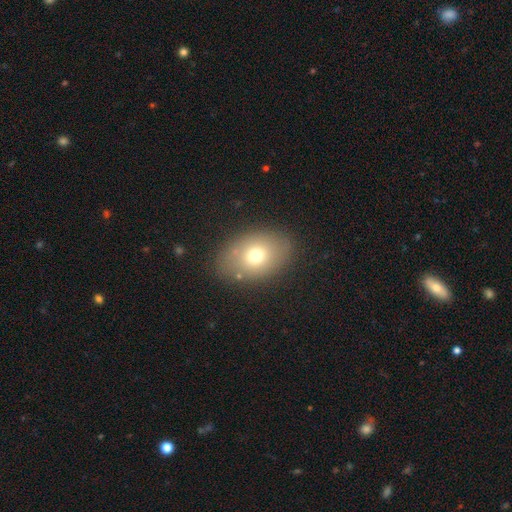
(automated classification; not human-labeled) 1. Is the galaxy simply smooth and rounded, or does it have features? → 72% smooth, 17% featured or disk, 12% star or artifact.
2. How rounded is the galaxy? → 75% in between, 24% round, 1% cigar-shaped.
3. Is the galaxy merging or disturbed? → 83% none, 11% minor disturbance, 4% major disturbance, 2% merger.